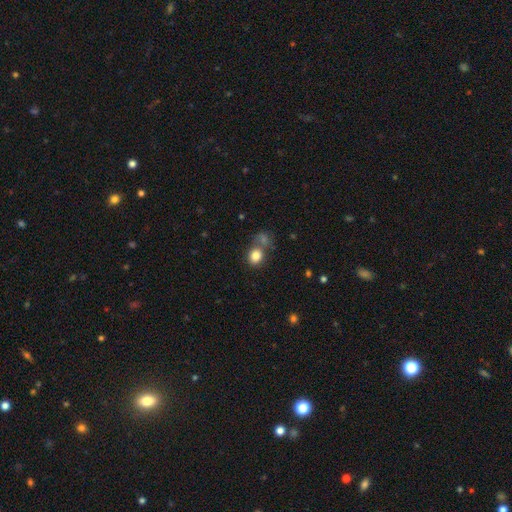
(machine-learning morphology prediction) Overall: smooth (82%). How rounded: round (68%; in between 31%). Merging: none (56%; merger 28%).